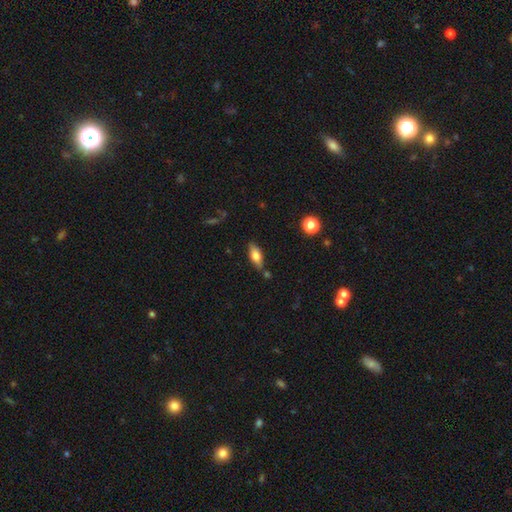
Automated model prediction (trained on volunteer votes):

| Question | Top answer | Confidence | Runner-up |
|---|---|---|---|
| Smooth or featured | smooth | 66% | featured or disk (26%) |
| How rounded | in between | 75% | cigar-shaped (22%) |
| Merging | none | 75% | minor disturbance (15%) |